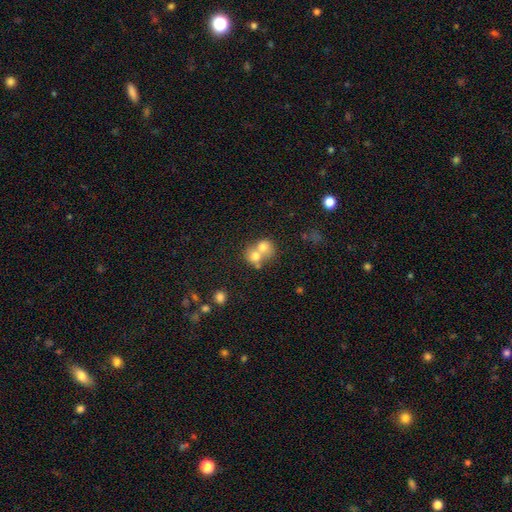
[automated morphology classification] Overall: smooth (68%). How rounded: round (72%). Merging: merger (68%).